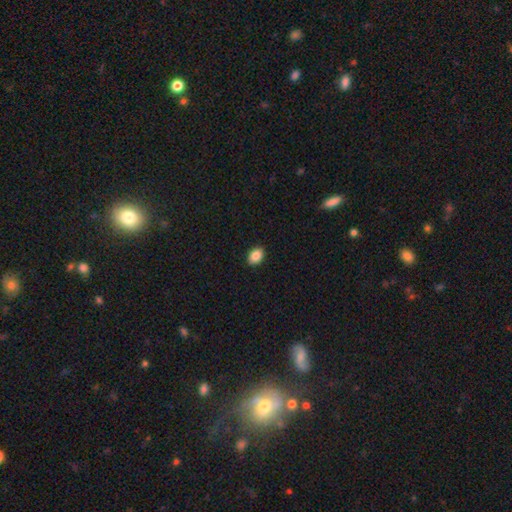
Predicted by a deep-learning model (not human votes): A smooth galaxy with no disk features (87%) that is in between round and cigar-shaped (79%).

Vote fractions:
- Smooth or featured? smooth: 87% / star or artifact: 8% / featured or disk: 4%
- How rounded? in between: 79% / round: 20% / cigar-shaped: 1%
- Merging? none: 90% / minor disturbance: 7% / major disturbance: 2% / merger: 1%